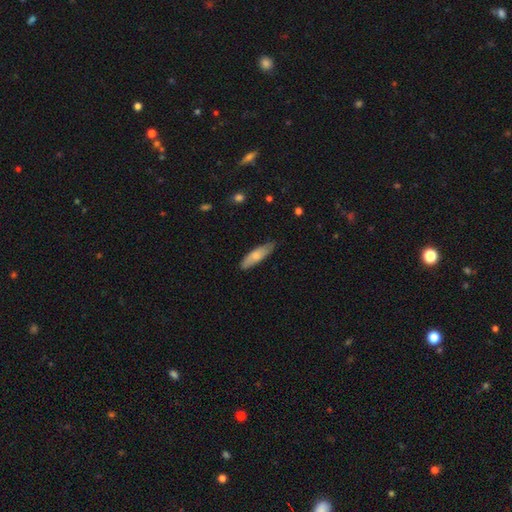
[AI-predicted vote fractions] Q: Smooth or featured?
A: smooth (72%); runner-up: featured or disk (22%)
Q: How rounded?
A: cigar-shaped (60%); runner-up: in between (38%)
Q: Merging?
A: none (81%); runner-up: minor disturbance (16%)